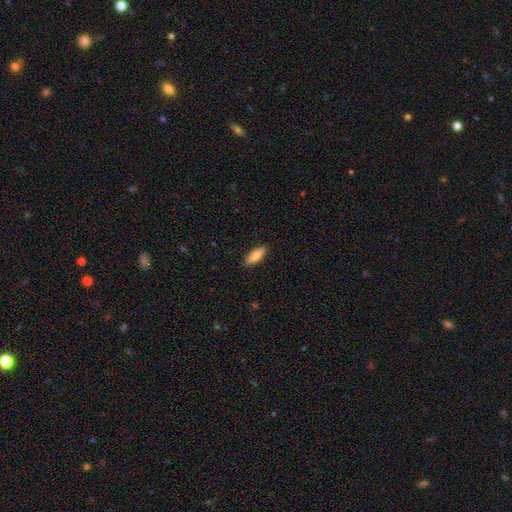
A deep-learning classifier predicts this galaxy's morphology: Smooth or featured? smooth (79%)
How rounded? in between (65%)
Merging? none (88%)